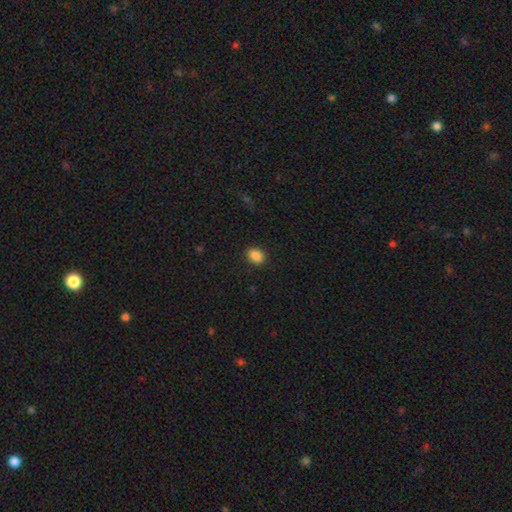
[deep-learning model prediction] Morphology: type=smooth (87%); roundness=in between (63%); merging=none (89%).